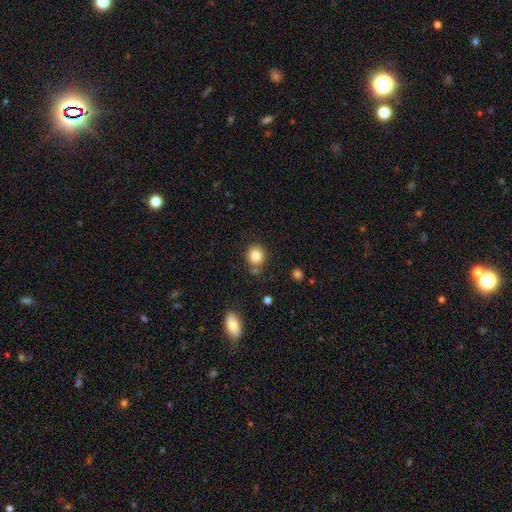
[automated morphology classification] smooth_or_featured: smooth (p=0.86) [alt: star or artifact p=0.09]
how_rounded: round (p=0.78) [alt: in between p=0.21]
merging: none (p=0.79) [alt: minor disturbance p=0.11]